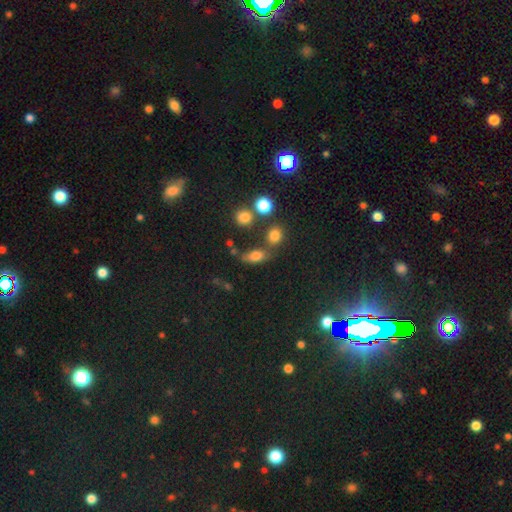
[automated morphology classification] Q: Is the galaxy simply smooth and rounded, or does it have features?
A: smooth — 75%.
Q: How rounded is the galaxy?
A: in between — 77%.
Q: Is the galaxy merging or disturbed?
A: none — 60%.